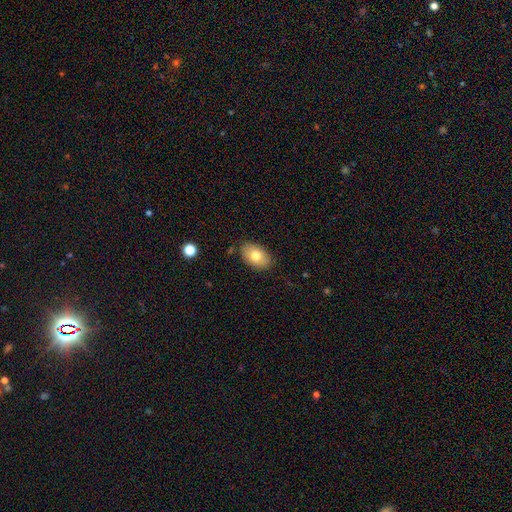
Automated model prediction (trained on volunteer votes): A smooth galaxy with no disk features (75%) that is in between round and cigar-shaped (89%).

Vote fractions:
- Smooth or featured? smooth: 75% / featured or disk: 17% / star or artifact: 8%
- How rounded? in between: 89% / round: 10% / cigar-shaped: 1%
- Merging? none: 84% / minor disturbance: 12% / major disturbance: 3% / merger: 2%